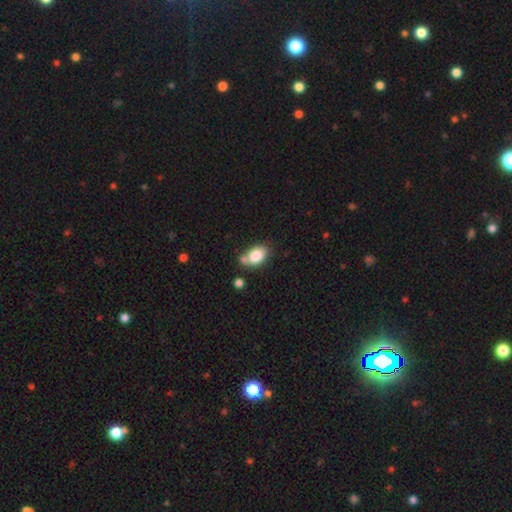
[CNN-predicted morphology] This appears to be a smooth galaxy with no disk features (83%) that is in between round and cigar-shaped (83%). Merging: none (56%).